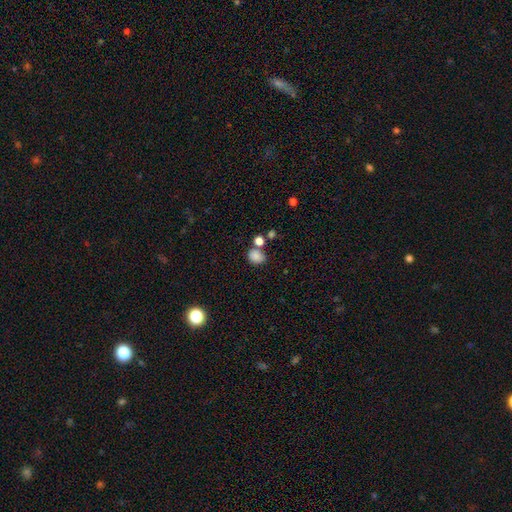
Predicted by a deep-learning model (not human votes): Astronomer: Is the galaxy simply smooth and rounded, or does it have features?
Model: smooth — 83%.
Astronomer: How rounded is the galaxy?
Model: round — 61% (runner-up: in between, 38%).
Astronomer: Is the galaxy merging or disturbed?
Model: none — 62%.